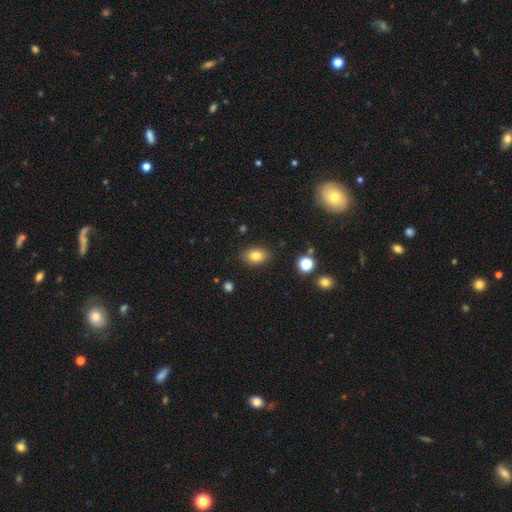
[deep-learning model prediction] This is clearly a smooth galaxy (82%). How rounded: clearly in between (83%). Merging: clearly none (87%).